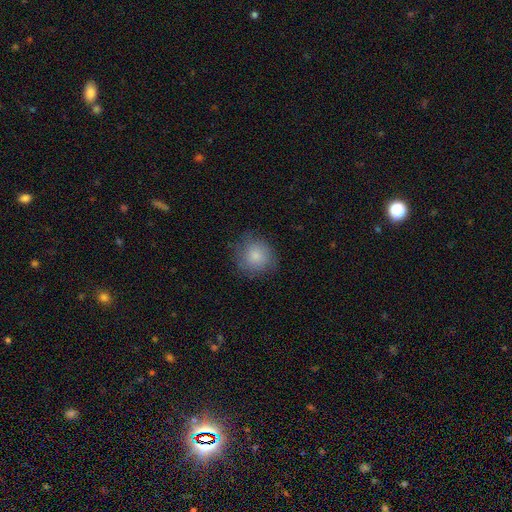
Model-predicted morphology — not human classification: Smooth or featured: smooth — 83% (featured or disk — 10%)
How rounded: round — 88% (in between — 11%)
Merging: none — 78% (minor disturbance — 16%)